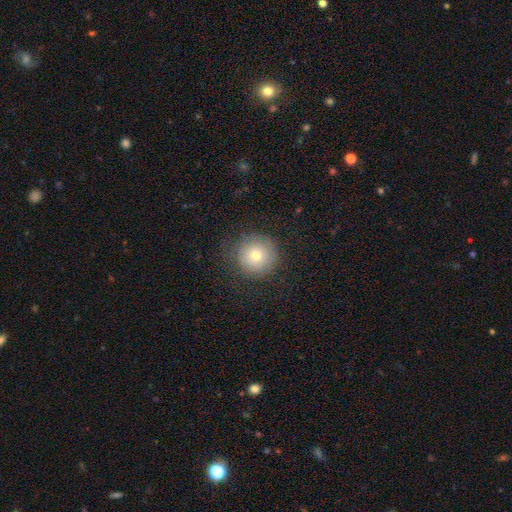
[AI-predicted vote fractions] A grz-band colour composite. It shows a smooth galaxy with no disk features (73%) that is round (96%). Merging: none (84%).